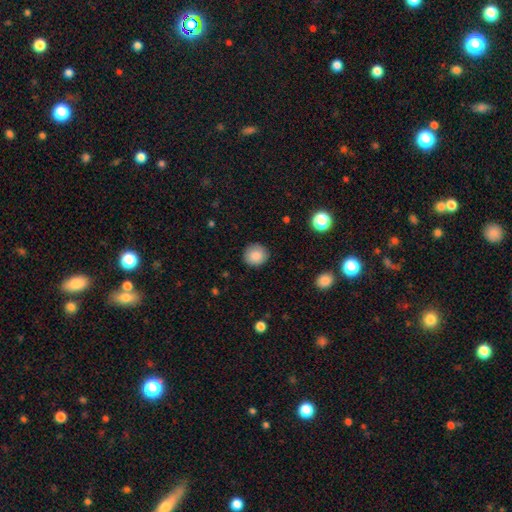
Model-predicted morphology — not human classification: smooth_or_featured: smooth (p=0.87) [alt: star or artifact p=0.08]
how_rounded: round (p=0.89) [alt: in between p=0.10]
merging: none (p=0.89) [alt: minor disturbance p=0.08]